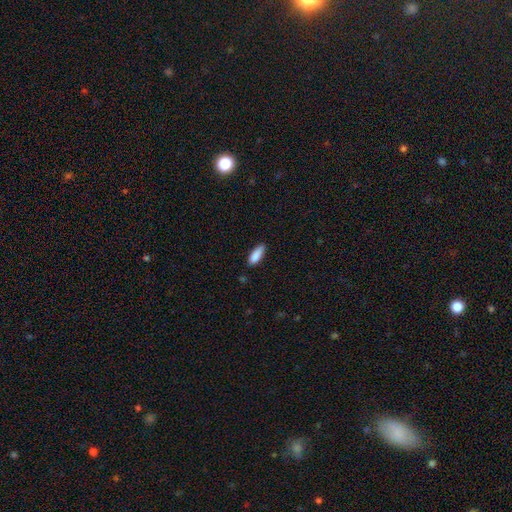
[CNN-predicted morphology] This appears to be a smooth galaxy with no disk features (88%) that is in between round and cigar-shaped (66%). Merging: none (77%).